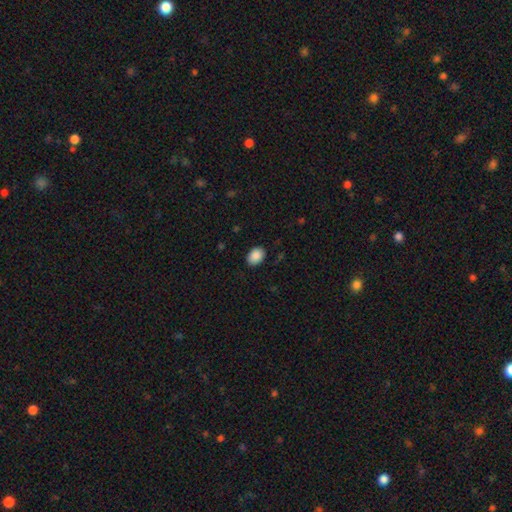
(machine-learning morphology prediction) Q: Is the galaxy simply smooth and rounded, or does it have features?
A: smooth — 89%.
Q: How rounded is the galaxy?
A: in between — 74%.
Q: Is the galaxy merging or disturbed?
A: none — 86%.